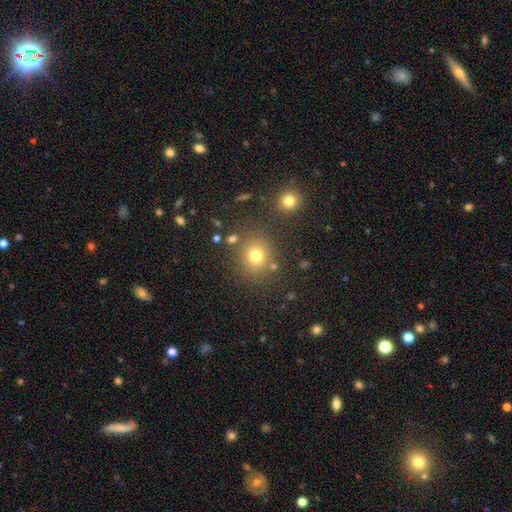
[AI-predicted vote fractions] Morphology: type=smooth (75%); roundness=round (83%); merging=none (79%).